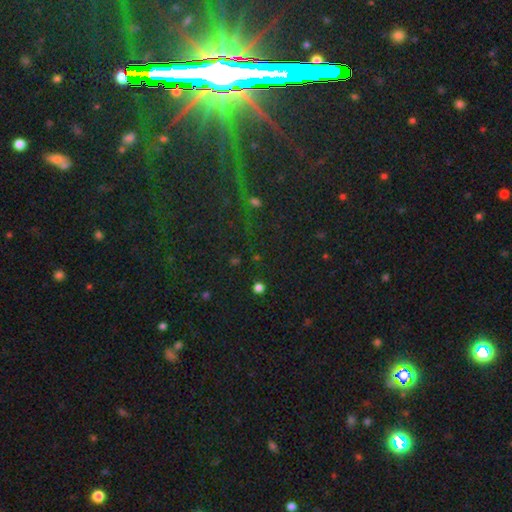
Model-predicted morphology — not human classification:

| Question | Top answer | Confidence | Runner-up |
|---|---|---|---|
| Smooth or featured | star or artifact | 79% | featured or disk (12%) |